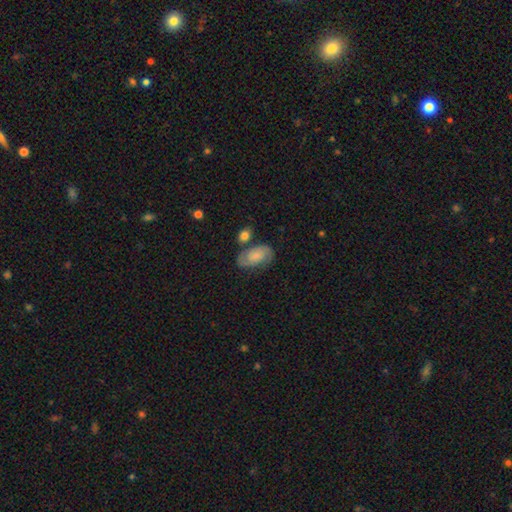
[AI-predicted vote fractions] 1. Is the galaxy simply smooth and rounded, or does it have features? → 51% featured or disk, 41% smooth, 8% star or artifact.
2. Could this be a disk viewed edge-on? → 96% no, 4% yes.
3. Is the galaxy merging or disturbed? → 60% none, 19% minor disturbance, 13% merger, 8% major disturbance.